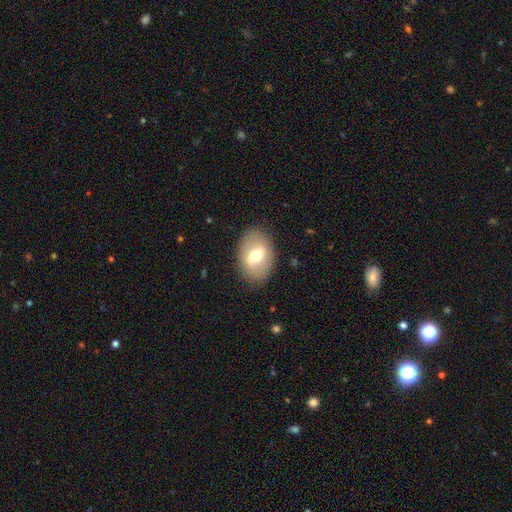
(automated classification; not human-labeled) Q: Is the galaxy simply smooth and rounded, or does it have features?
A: smooth — 52%.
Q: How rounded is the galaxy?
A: in between — 78%.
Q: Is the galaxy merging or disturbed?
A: none — 85%.